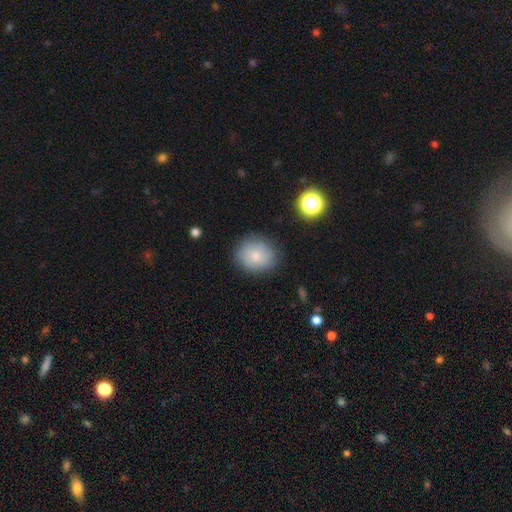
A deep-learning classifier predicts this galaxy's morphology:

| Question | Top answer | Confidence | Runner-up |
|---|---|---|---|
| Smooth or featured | smooth | 78% | featured or disk (14%) |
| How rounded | round | 75% | in between (24%) |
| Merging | none | 82% | minor disturbance (13%) |